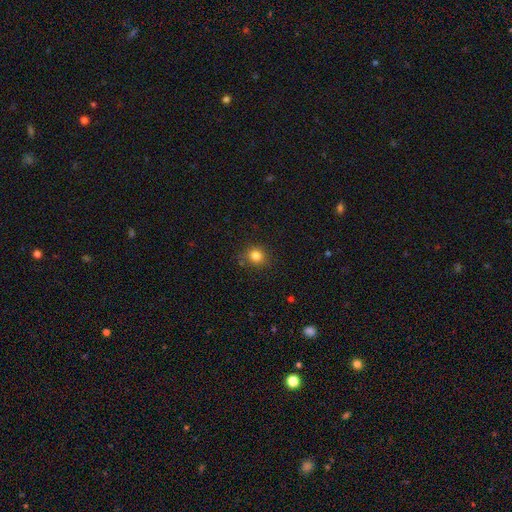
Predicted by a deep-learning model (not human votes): Smooth or featured? Predicted: smooth (p=0.82). How rounded? Predicted: round (p=0.77). Merging? Predicted: none (p=0.80).